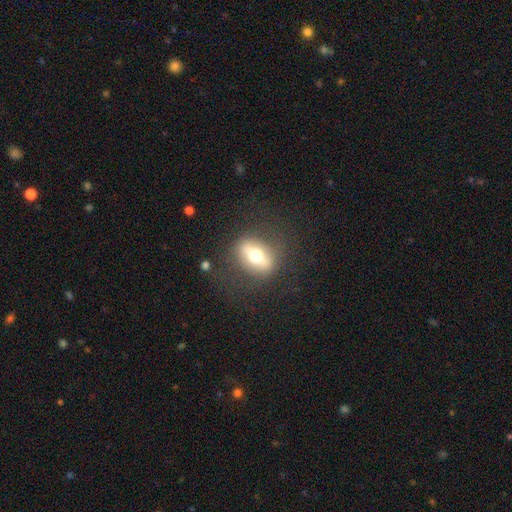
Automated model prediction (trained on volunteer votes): smooth_or_featured: featured or disk (p=0.48) [alt: smooth p=0.44]
merging: none (p=0.79) [alt: minor disturbance p=0.12]